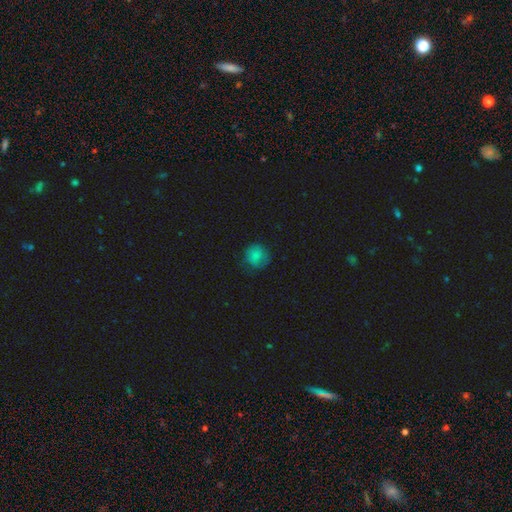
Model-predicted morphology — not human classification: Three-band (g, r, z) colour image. It shows a smooth galaxy with no disk features (81%) that is round (88%). Merging: none (74%).